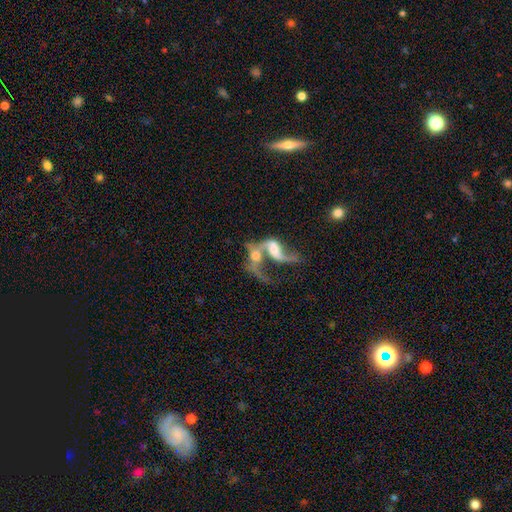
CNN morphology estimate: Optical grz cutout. It shows a featured or disk galaxy (69%) with no bar (52%), spiral arms (76%) and a moderate central bulge (43%). Merging: merger (71%).